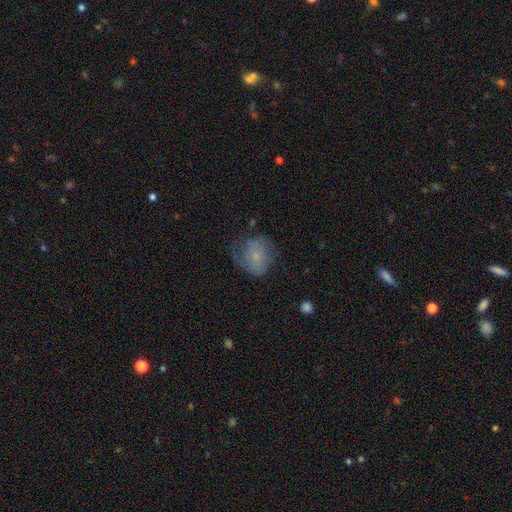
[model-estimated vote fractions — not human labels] Smooth or featured?
  - smooth: 56% *
  - featured or disk: 34%
  - star or artifact: 9%
How rounded?
  - round: 68% *
  - in between: 31%
  - cigar-shaped: 1%
Merging?
  - none: 50% *
  - minor disturbance: 28%
  - major disturbance: 20%
  - merger: 2%